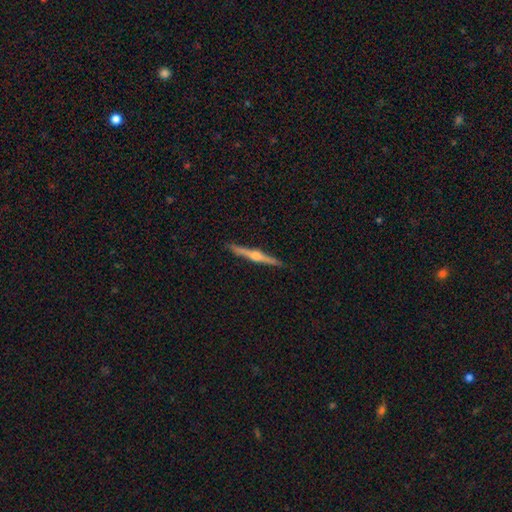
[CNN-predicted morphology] This appears to be a featured or disk galaxy (79%) viewed edge-on (98%) with a rounded central bulge (93%). Merging: none (92%).